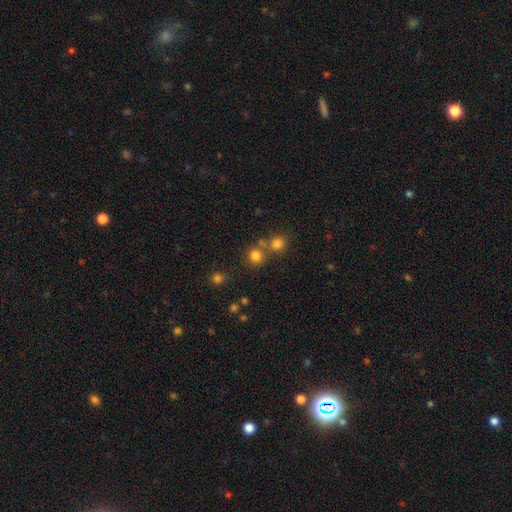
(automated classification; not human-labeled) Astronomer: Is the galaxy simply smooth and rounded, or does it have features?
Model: smooth — 78%.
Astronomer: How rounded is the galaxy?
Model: round — 91%.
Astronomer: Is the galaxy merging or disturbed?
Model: none — 66%.